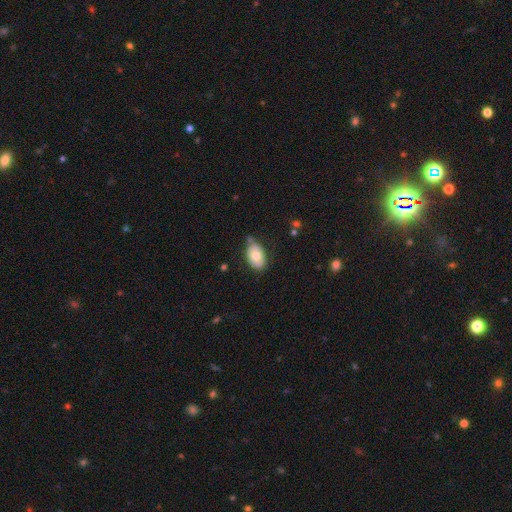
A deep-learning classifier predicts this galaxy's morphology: Overall: smooth (71%). How rounded: in between (89%). Merging: none (68%).